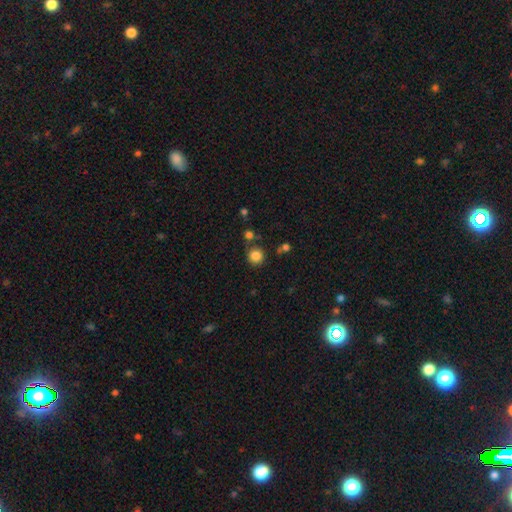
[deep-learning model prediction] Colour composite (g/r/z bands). It shows a smooth galaxy with no disk features (84%) that is round (91%). Merging: none (75%).